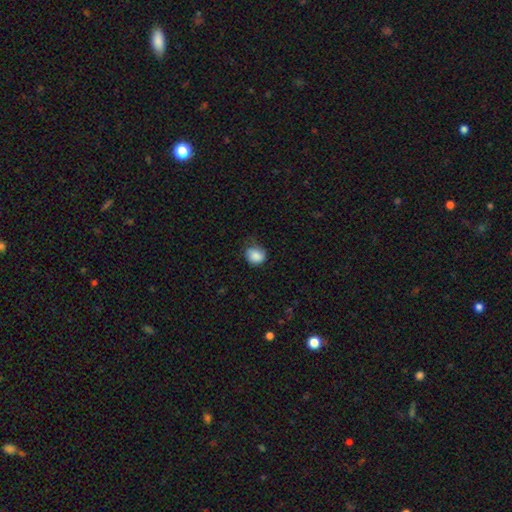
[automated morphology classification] Smooth or featured? Predicted: smooth (p=0.83). How rounded? Predicted: round (p=0.59). Merging? Predicted: none (p=0.53).